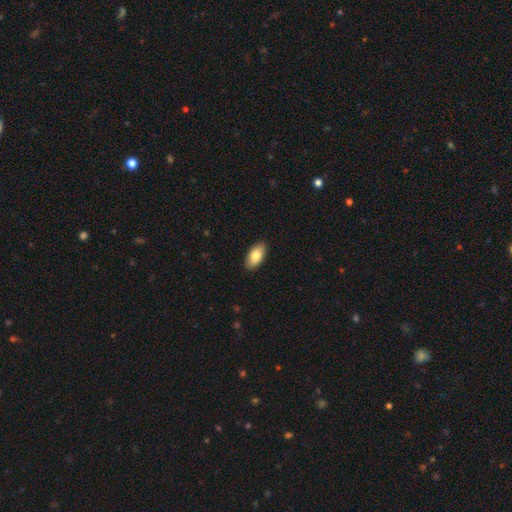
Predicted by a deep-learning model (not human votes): Smooth or featured? smooth (84%)
How rounded? in between (93%)
Merging? none (90%)